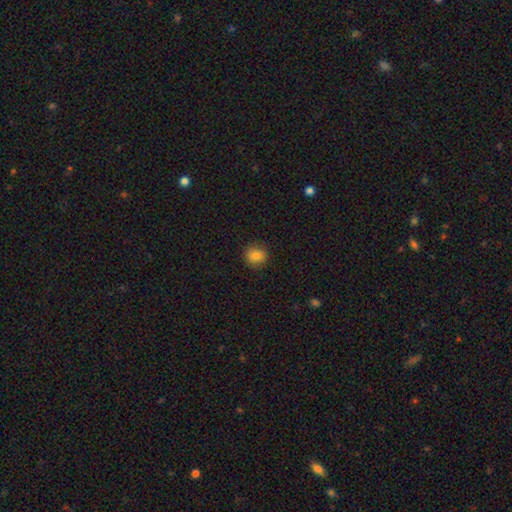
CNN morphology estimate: Smooth or featured?
  - smooth: 83% *
  - star or artifact: 11%
  - featured or disk: 6%
How rounded?
  - round: 84% *
  - in between: 15%
  - cigar-shaped: 1%
Merging?
  - none: 88% *
  - minor disturbance: 8%
  - major disturbance: 2%
  - merger: 1%